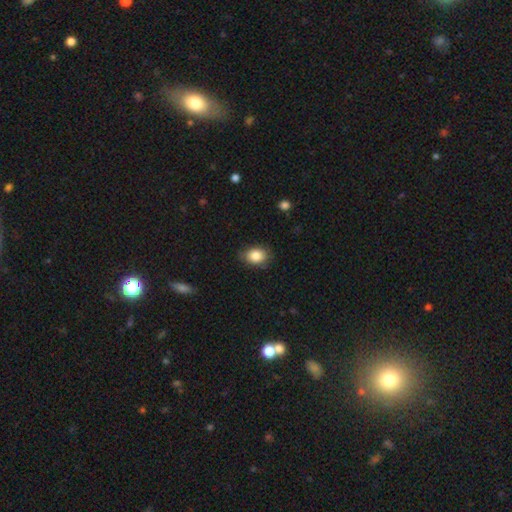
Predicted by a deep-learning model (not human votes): smooth-or-featured: smooth: 84% | star or artifact: 8% | featured or disk: 8%
  how-rounded: in between: 71% | round: 28% | cigar-shaped: 1%
  merging: none: 79% | minor disturbance: 16% | major disturbance: 3% | merger: 1%